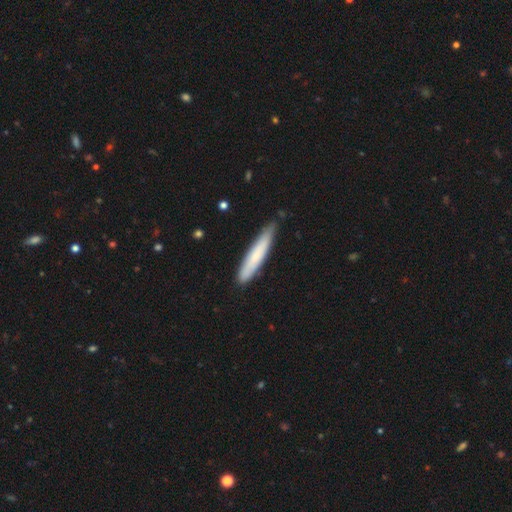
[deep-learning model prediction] Smooth or featured? smooth (69%)
How rounded? cigar-shaped (92%)
Merging? none (81%)